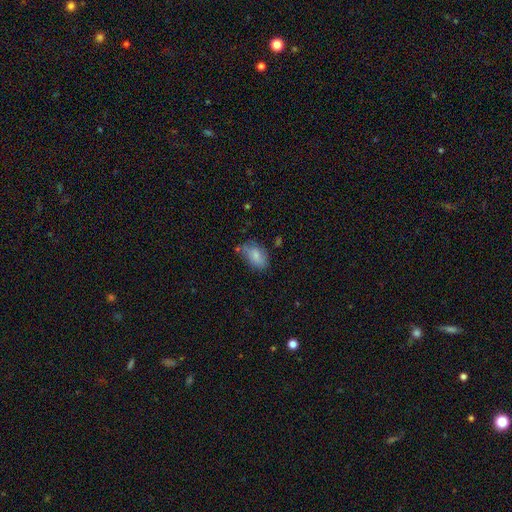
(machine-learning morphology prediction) A smooth galaxy with no disk features (78%) that is in between round and cigar-shaped (89%).

Vote fractions:
- Smooth or featured? smooth: 78% / featured or disk: 14% / star or artifact: 8%
- How rounded? in between: 89% / round: 9% / cigar-shaped: 2%
- Merging? none: 59% / minor disturbance: 28% / major disturbance: 7% / merger: 6%